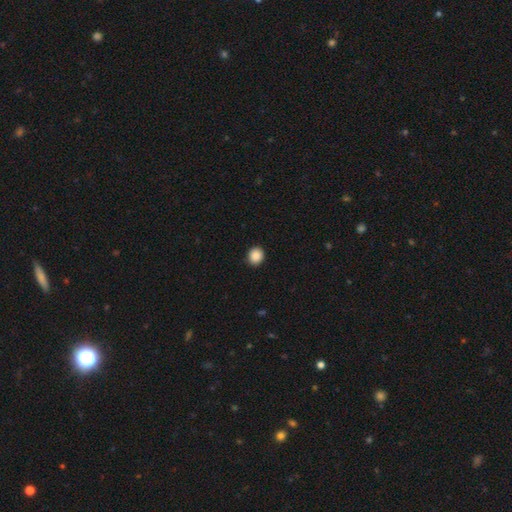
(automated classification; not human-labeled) Smooth or featured? Predicted: smooth (p=0.89). How rounded? Predicted: round (p=0.85). Merging? Predicted: none (p=0.91).